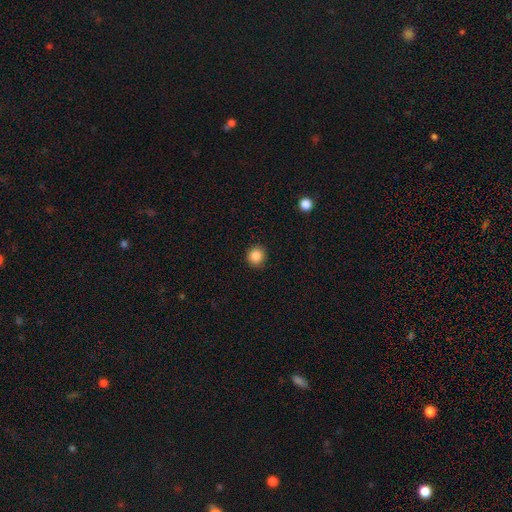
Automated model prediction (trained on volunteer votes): This appears to be a smooth galaxy with no disk features (87%) that is round (92%). Merging: none (90%).